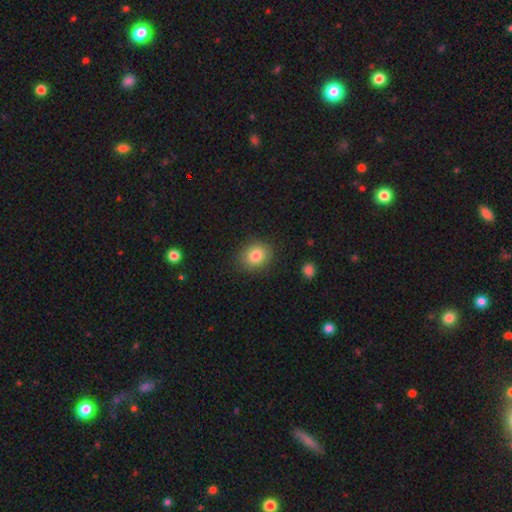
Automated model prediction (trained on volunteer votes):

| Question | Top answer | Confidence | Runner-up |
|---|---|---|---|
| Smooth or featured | smooth | 82% | star or artifact (10%) |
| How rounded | round | 62% | in between (37%) |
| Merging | none | 86% | minor disturbance (10%) |